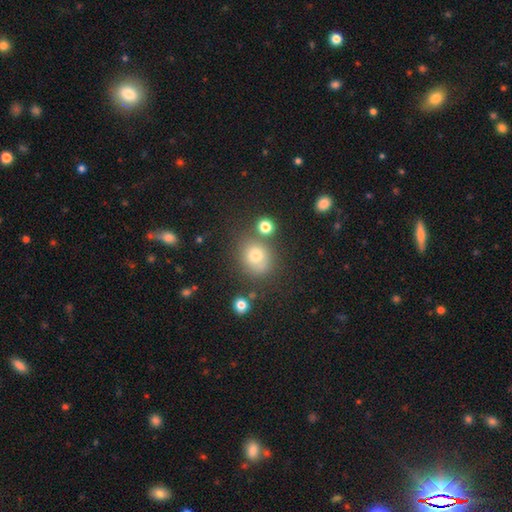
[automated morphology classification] Smooth or featured?
  - smooth: 74% *
  - star or artifact: 15%
  - featured or disk: 11%
How rounded?
  - round: 76% *
  - in between: 23%
  - cigar-shaped: 1%
Merging?
  - none: 66% *
  - minor disturbance: 15%
  - merger: 14%
  - major disturbance: 6%